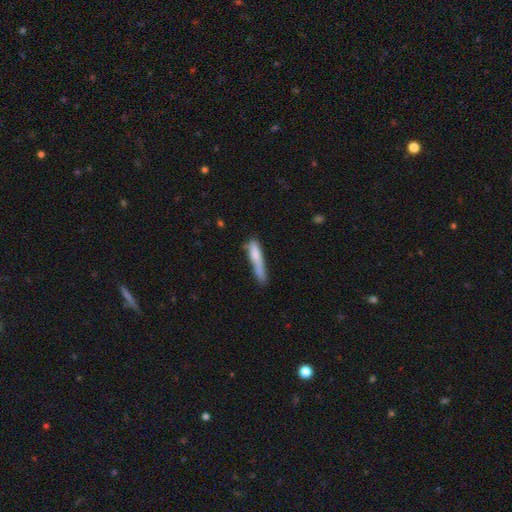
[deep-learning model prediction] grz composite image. It shows a smooth galaxy with no disk features (72%) that is cigar-shaped (88%). Merging: none (48%).